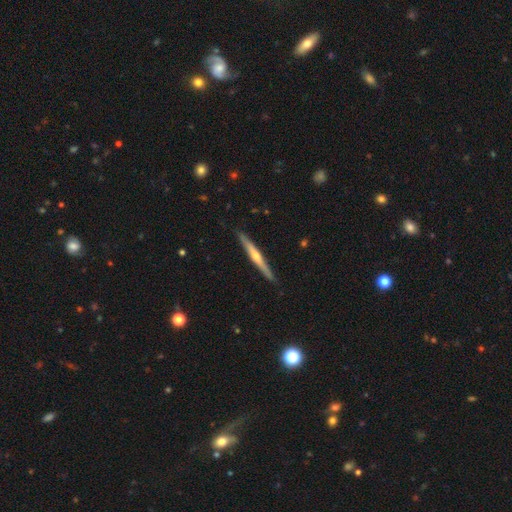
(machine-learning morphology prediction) smooth-or-featured: featured or disk: 70% | smooth: 25% | star or artifact: 5%
  disk-edge-on: yes: 98% | no: 2%
    edge-on-bulge: rounded: 80% | none: 16% | boxy: 4%
  merging: none: 91% | minor disturbance: 7% | major disturbance: 1% | merger: 1%